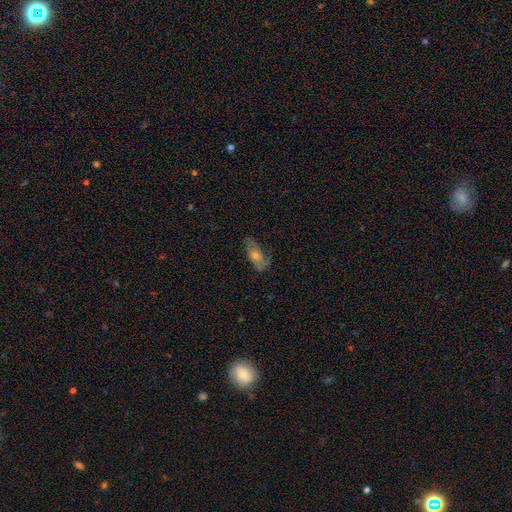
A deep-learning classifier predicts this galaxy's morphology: A featured or disk galaxy (52%).

Vote fractions:
- Smooth or featured? featured or disk: 52% / smooth: 35% / star or artifact: 12%
- Edge-on disk? no: 82% / yes: 18%
- Merging? none: 67% / minor disturbance: 22% / major disturbance: 9% / merger: 2%